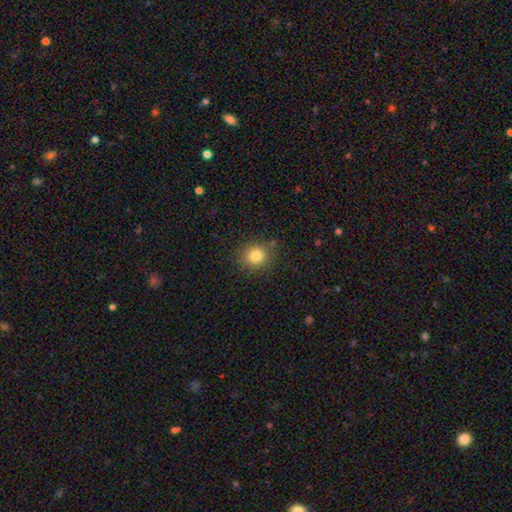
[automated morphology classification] This is clearly a smooth galaxy (82%). How rounded: clearly round (83%). Merging: clearly none (82%).